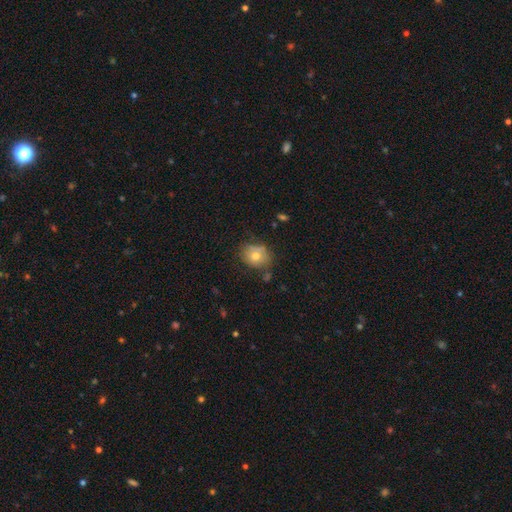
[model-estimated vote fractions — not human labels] Smooth or featured? smooth (74%)
How rounded? round (62%)
Merging? none (65%)